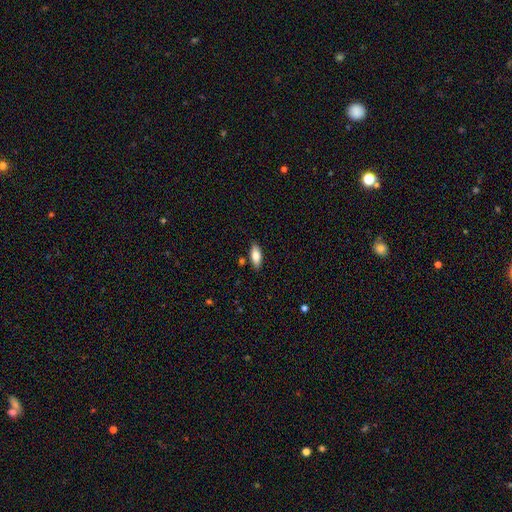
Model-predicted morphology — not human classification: Smooth or featured? Predicted: smooth (p=0.81). How rounded? Predicted: in between (p=0.83). Merging? Predicted: none (p=0.84).